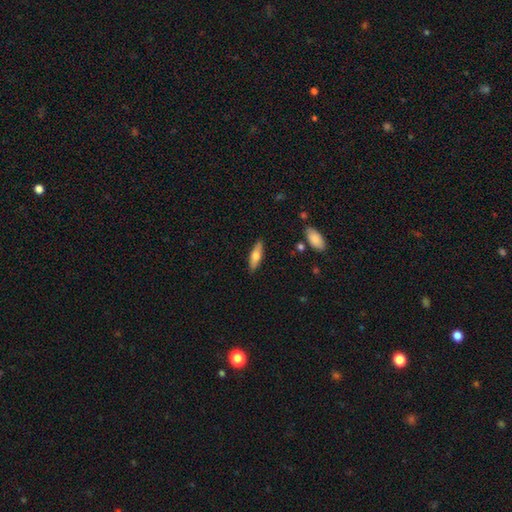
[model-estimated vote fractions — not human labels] smooth_or_featured: smooth (p=0.59) [alt: featured or disk p=0.35]
how_rounded: cigar-shaped (p=0.56) [alt: in between p=0.42]
merging: none (p=0.87) [alt: minor disturbance p=0.10]